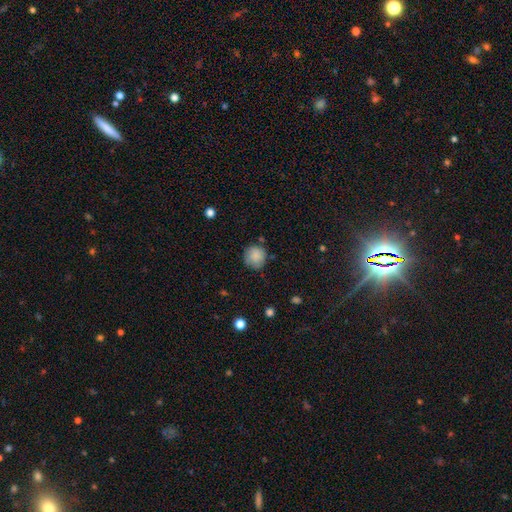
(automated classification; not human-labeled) This is clearly a smooth galaxy (84%). How rounded: clearly round (90%). Merging: likely none (74%).